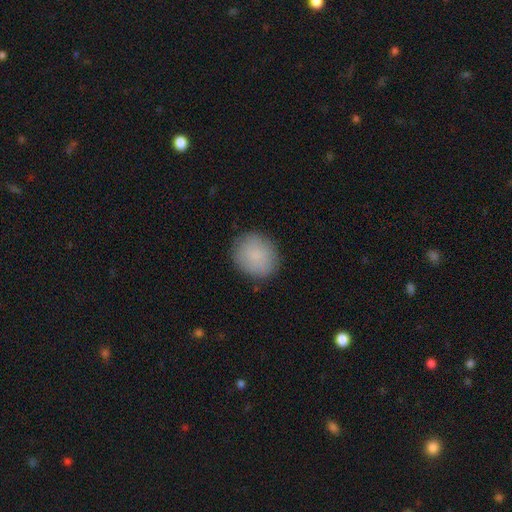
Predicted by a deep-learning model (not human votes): Smooth or featured?
  - smooth: 86% *
  - star or artifact: 7%
  - featured or disk: 7%
How rounded?
  - round: 80% *
  - in between: 19%
  - cigar-shaped: 1%
Merging?
  - none: 87% *
  - minor disturbance: 9%
  - major disturbance: 3%
  - merger: 1%